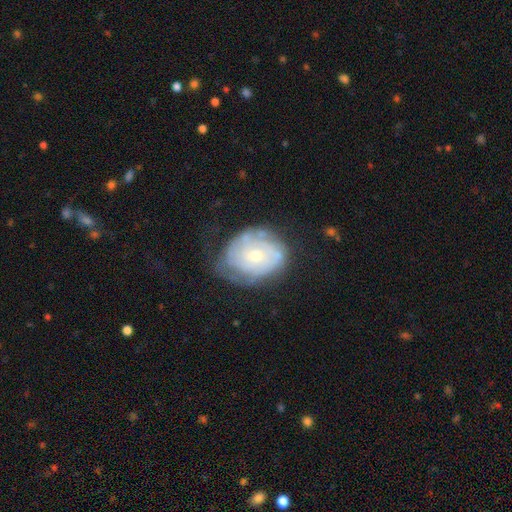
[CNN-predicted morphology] Smooth or featured? Predicted: featured or disk (p=0.71). Edge-on disk? Predicted: no (p=0.97). Bar? Predicted: no (p=0.80). Spiral arms? Predicted: yes (p=0.78). Spiral winding? Predicted: tight (p=0.67). Spiral arm count? Predicted: can't tell (p=0.53). Bulge size? Predicted: small (p=0.52). Merging? Predicted: none (p=0.55).